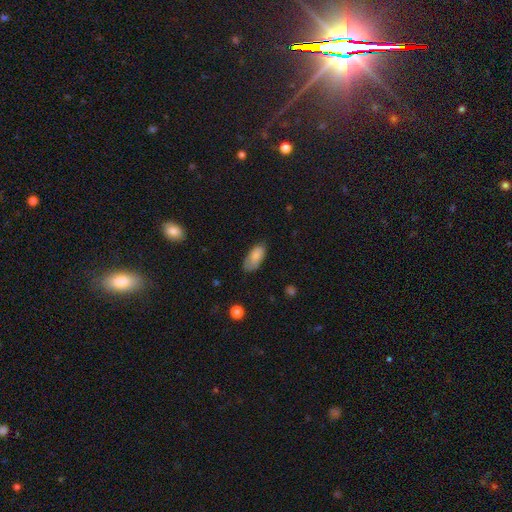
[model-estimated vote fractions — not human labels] Morphology: type=smooth (82%); roundness=in between (91%); merging=none (64%).